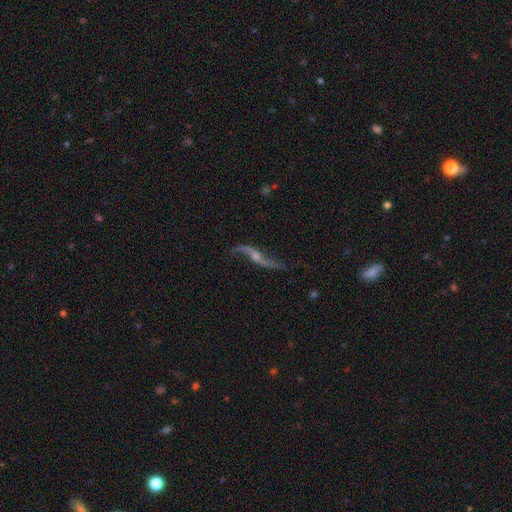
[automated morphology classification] A featured or disk galaxy (89%) with no bar (52%), 2 (94%) loose (94%) spiral arms (96%) and a small central bulge (53%). Merging: none (76%).